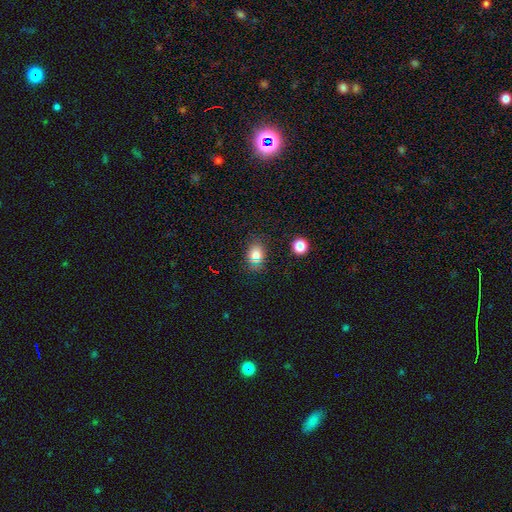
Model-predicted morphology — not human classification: smooth 70%, star or artifact 22%, featured or disk 8%. Down the decision tree: how rounded — in between (53%); merging — none (84%).